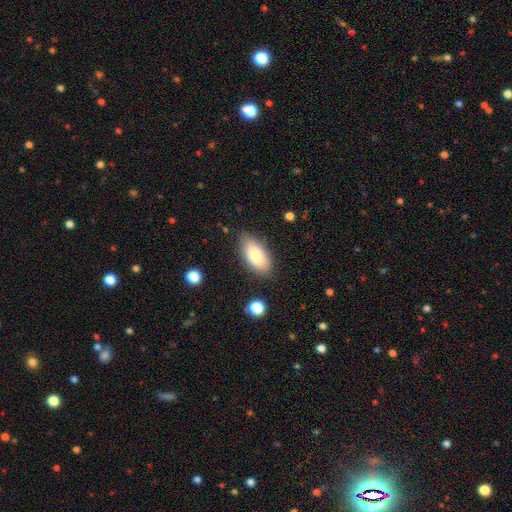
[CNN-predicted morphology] Smooth or featured? Predicted: smooth (p=0.82). How rounded? Predicted: in between (p=0.93). Merging? Predicted: none (p=0.80).